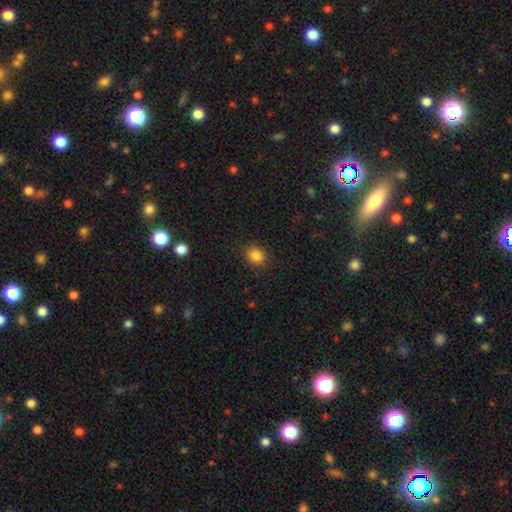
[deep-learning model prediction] Q: Smooth or featured?
A: smooth (85%); runner-up: star or artifact (11%)
Q: How rounded?
A: round (70%); runner-up: in between (29%)
Q: Merging?
A: none (87%); runner-up: minor disturbance (9%)